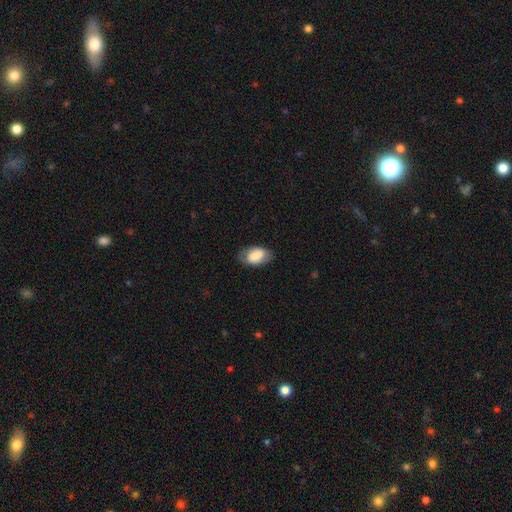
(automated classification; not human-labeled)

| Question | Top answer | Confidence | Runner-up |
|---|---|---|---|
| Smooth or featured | smooth | 79% | featured or disk (15%) |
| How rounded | in between | 92% | round (6%) |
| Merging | none | 72% | minor disturbance (20%) |